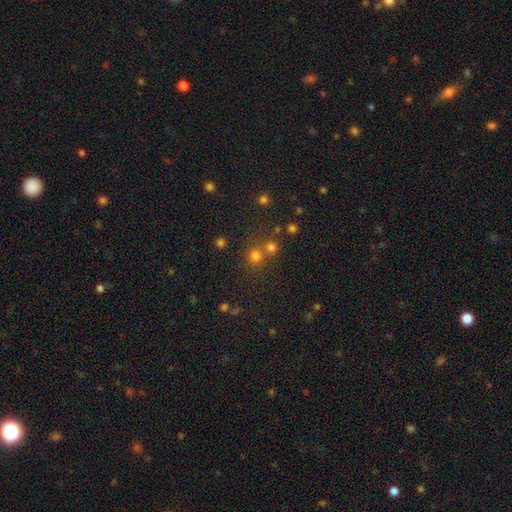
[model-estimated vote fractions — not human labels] smooth_or_featured: smooth (p=0.70) [alt: star or artifact p=0.23]
how_rounded: round (p=0.88) [alt: in between p=0.11]
merging: none (p=0.60) [alt: merger p=0.30]